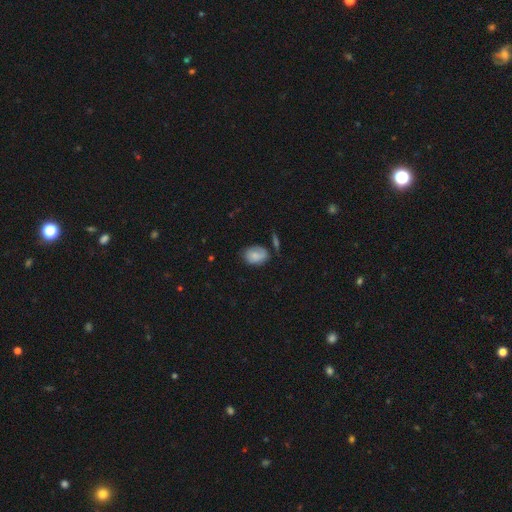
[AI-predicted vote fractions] smooth 77%, featured or disk 15%, star or artifact 8%. Down the decision tree: how rounded — in between (75%); merging — none (57%).